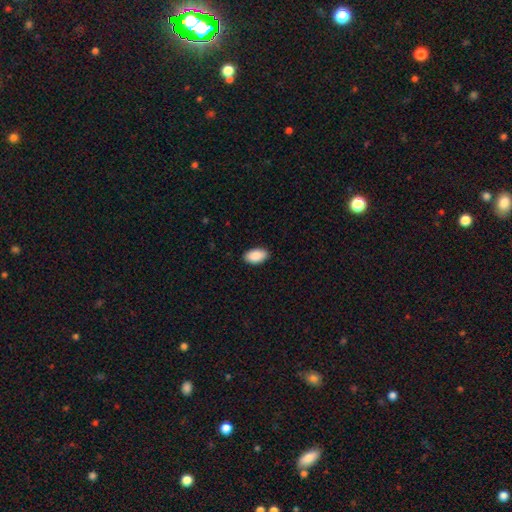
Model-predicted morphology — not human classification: type=smooth (90%); roundness=in between (95%); merging=none (89%).